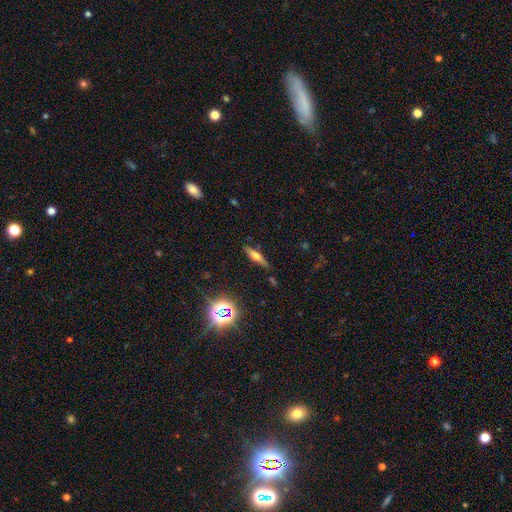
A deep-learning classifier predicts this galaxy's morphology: This appears to be a featured or disk galaxy (51%) viewed edge-on (93%). Merging: none (83%).